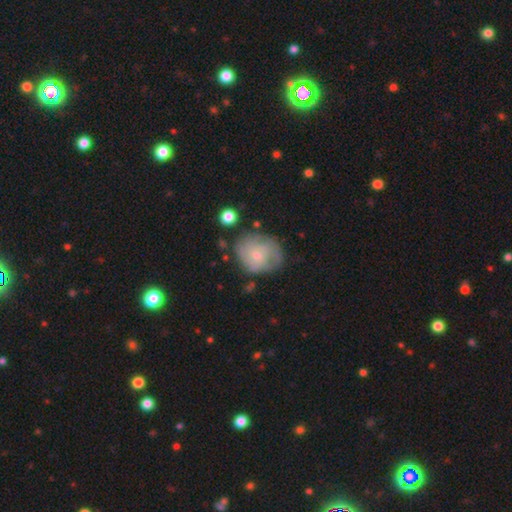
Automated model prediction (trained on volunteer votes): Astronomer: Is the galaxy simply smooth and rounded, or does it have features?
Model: featured or disk — 58% (runner-up: smooth, 34%).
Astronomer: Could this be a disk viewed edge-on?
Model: no — 97%.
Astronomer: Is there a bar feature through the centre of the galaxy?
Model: no — 79%.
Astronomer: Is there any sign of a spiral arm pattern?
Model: yes — 78%.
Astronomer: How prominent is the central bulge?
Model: small — 65%.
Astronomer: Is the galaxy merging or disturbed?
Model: none — 62%.